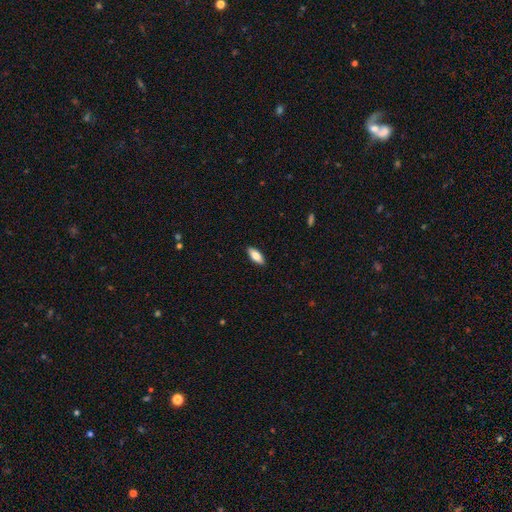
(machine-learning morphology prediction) smooth_or_featured: smooth (p=0.79) [alt: featured or disk p=0.15]
how_rounded: in between (p=0.78) [alt: cigar-shaped p=0.20]
merging: none (p=0.90) [alt: minor disturbance p=0.08]